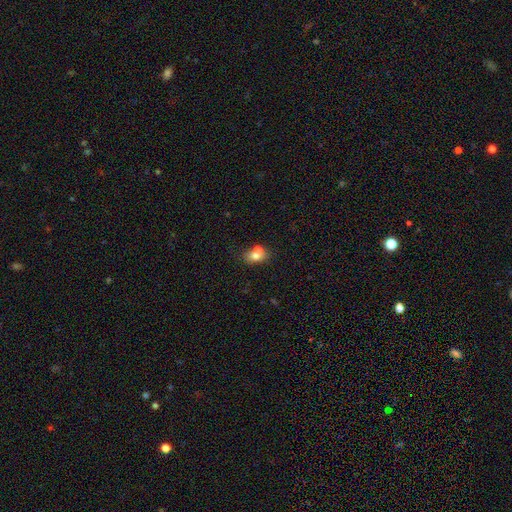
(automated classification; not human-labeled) This is likely a smooth galaxy (70%). How rounded: likely in between (65%). Merging: possibly merger (52%).